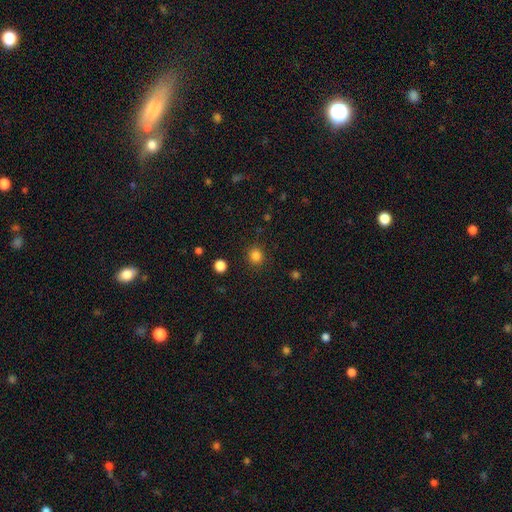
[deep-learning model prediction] Smooth or featured?
  - smooth: 83% *
  - star or artifact: 13%
  - featured or disk: 4%
How rounded?
  - round: 89% *
  - in between: 10%
  - cigar-shaped: 1%
Merging?
  - none: 89% *
  - minor disturbance: 7%
  - major disturbance: 3%
  - merger: 2%